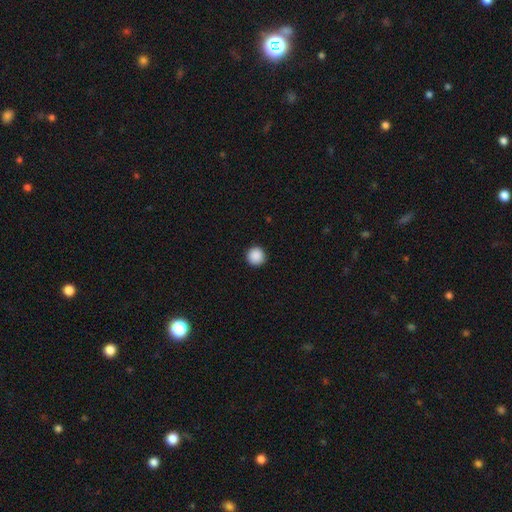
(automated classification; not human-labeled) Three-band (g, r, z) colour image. It shows a smooth galaxy with no disk features (90%) that is round (96%). Merging: none (93%).